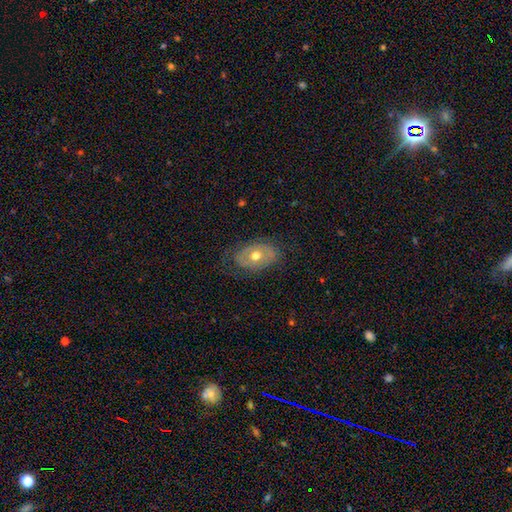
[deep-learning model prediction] Morphology: type=featured or disk (54%); edge-on=no (92%); merging=none (69%).